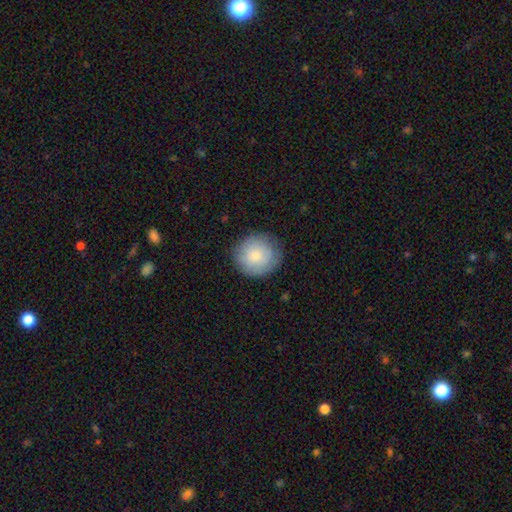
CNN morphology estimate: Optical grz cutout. It shows a smooth galaxy with no disk features (79%) that is round (90%). Merging: none (82%).